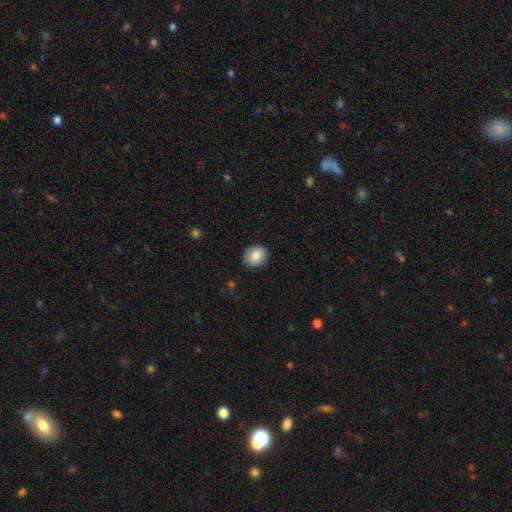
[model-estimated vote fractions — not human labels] The model was most divided on "how rounded": round: 58%, in between: 41%, cigar-shaped: 1%. More confident: merging — none (85%); smooth or featured — smooth (84%).